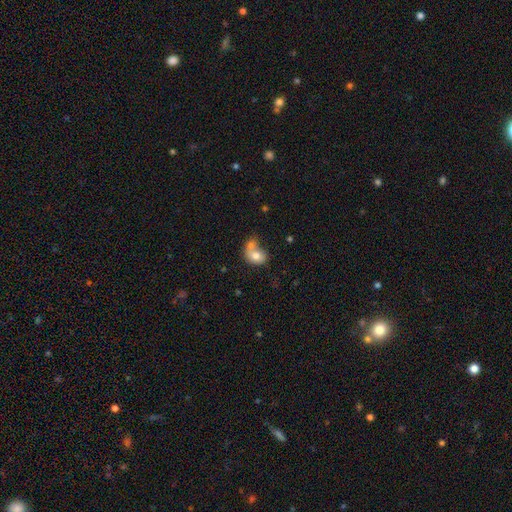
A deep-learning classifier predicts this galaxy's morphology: This is likely a smooth galaxy (71%). How rounded: possibly in between (56%). Merging: possibly merger (60%).